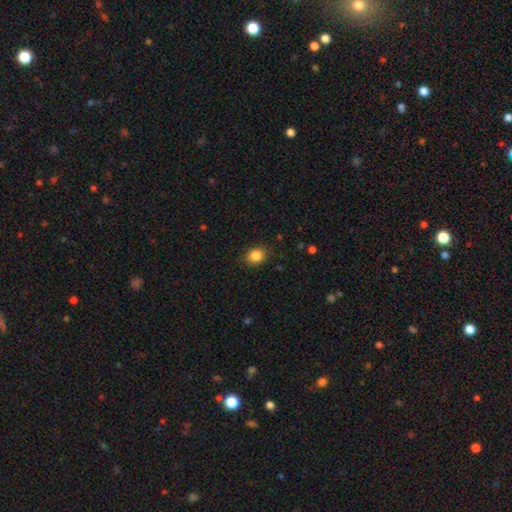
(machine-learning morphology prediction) A smooth galaxy with no disk features (85%) that is round (64%).

Vote fractions:
- Smooth or featured? smooth: 85% / star or artifact: 10% / featured or disk: 5%
- How rounded? round: 64% / in between: 35% / cigar-shaped: 1%
- Merging? none: 86% / minor disturbance: 10% / major disturbance: 3% / merger: 1%